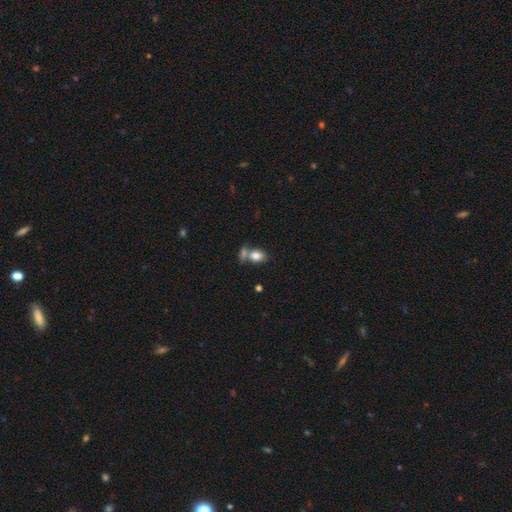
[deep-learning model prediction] A smooth galaxy with no disk features (82%) that is in between round and cigar-shaped (77%).

Vote fractions:
- Smooth or featured? smooth: 82% / featured or disk: 10% / star or artifact: 9%
- How rounded? in between: 77% / round: 21% / cigar-shaped: 2%
- Merging? merger: 45% / none: 40% / minor disturbance: 11% / major disturbance: 5%